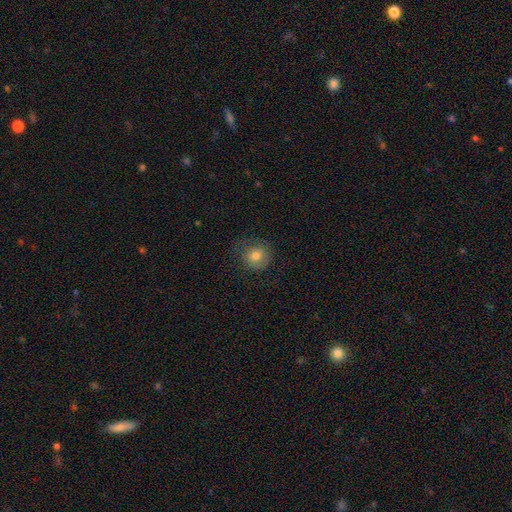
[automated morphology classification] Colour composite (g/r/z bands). It shows a smooth galaxy with no disk features (74%) that is round (88%). Merging: none (71%).